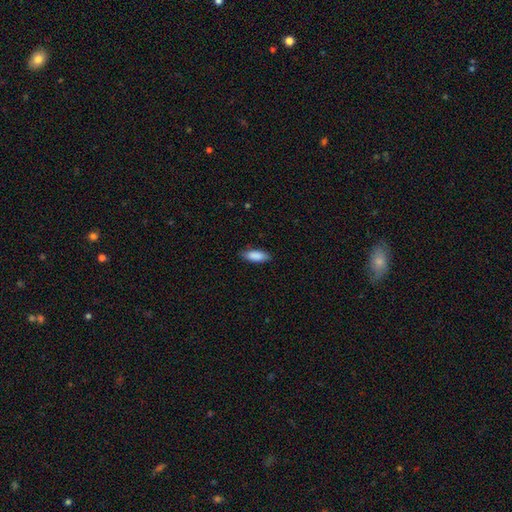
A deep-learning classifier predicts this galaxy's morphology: A smooth galaxy with no disk features (89%) that is in between round and cigar-shaped (73%).

Vote fractions:
- Smooth or featured? smooth: 89% / star or artifact: 6% / featured or disk: 5%
- How rounded? in between: 73% / cigar-shaped: 25% / round: 2%
- Merging? none: 85% / minor disturbance: 12% / major disturbance: 2% / merger: 1%